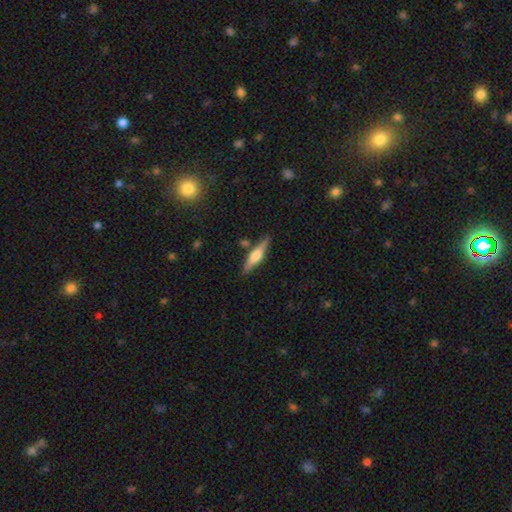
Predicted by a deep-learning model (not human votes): smooth-or-featured: featured or disk: 55% | smooth: 39% | star or artifact: 6%
  disk-edge-on: yes: 95% | no: 5%
    edge-on-bulge: rounded: 81% | boxy: 14% | none: 5%
  merging: none: 82% | minor disturbance: 11% | merger: 4% | major disturbance: 2%